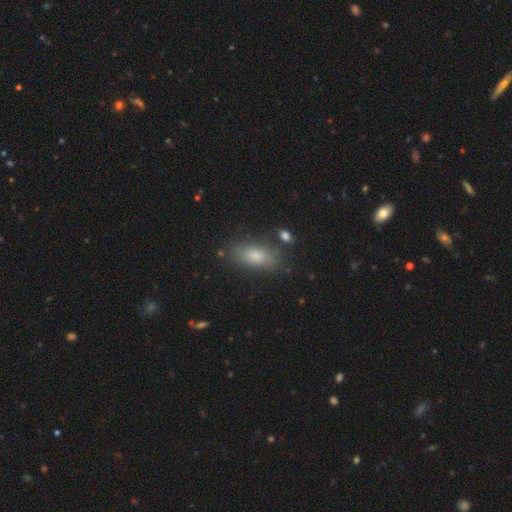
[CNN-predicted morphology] A smooth galaxy with no disk features (77%) that is in between round and cigar-shaped (83%). Merging: none (79%).